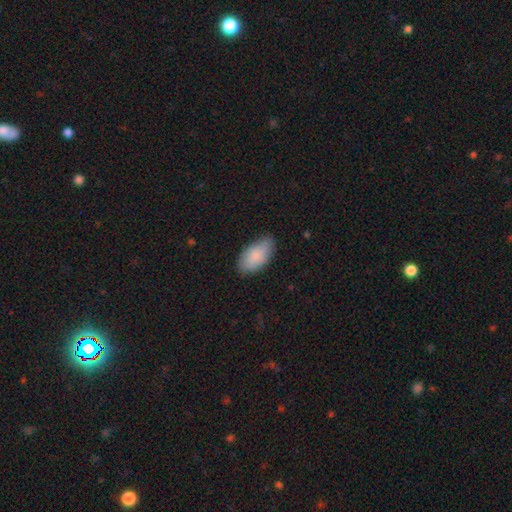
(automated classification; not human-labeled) smooth_or_featured: smooth (p=0.86) [alt: featured or disk p=0.08]
how_rounded: in between (p=0.95) [alt: cigar-shaped p=0.03]
merging: none (p=0.75) [alt: minor disturbance p=0.20]